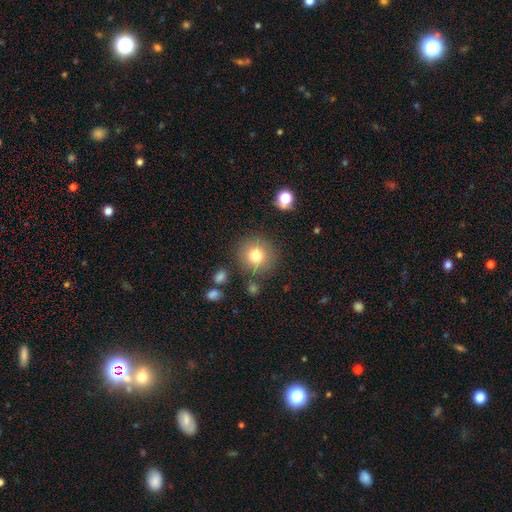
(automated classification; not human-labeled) This is likely a smooth galaxy (79%). How rounded: clearly round (94%). Merging: clearly none (84%).